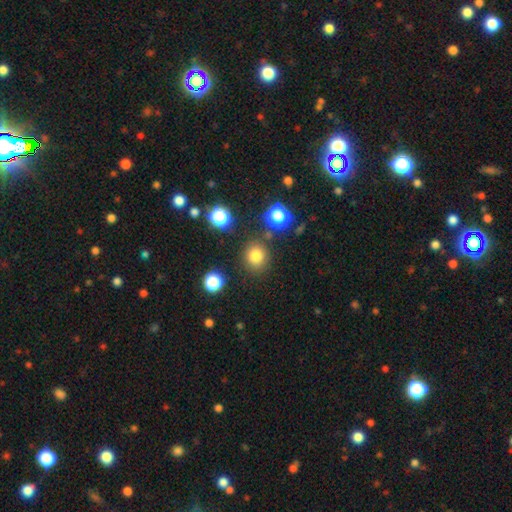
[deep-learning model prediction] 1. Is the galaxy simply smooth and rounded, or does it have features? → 78% smooth, 16% star or artifact, 6% featured or disk.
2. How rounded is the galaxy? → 86% round, 13% in between, 1% cigar-shaped.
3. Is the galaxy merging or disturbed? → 82% none, 9% minor disturbance, 5% merger, 3% major disturbance.